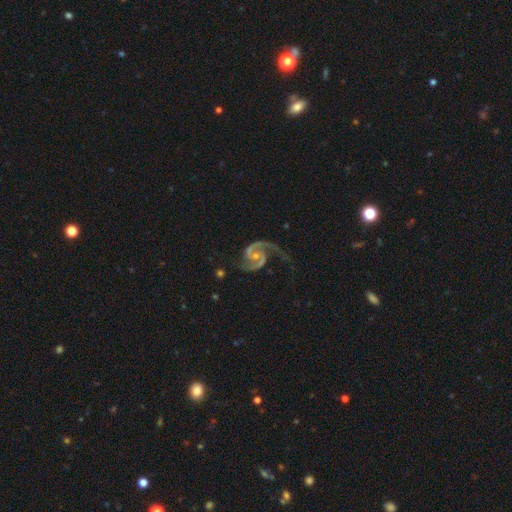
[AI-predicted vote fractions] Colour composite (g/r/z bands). It shows a featured or disk galaxy (93%) with no bar (49%), 2 (93%) medium (60%) spiral arms (98%) and a small central bulge (62%). Merging: none (62%).